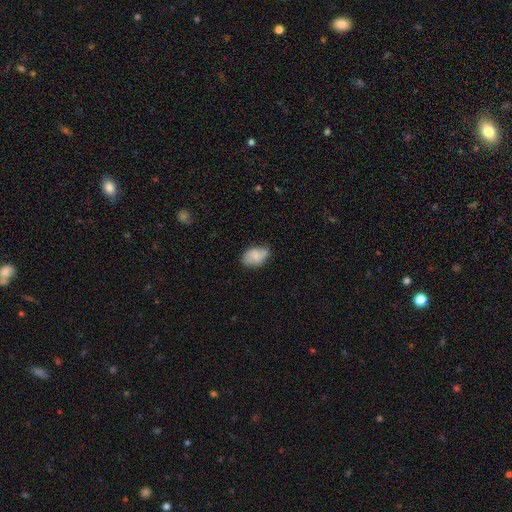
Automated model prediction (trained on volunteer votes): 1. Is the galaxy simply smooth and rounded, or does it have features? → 73% smooth, 19% featured or disk, 8% star or artifact.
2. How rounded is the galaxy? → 89% in between, 9% round, 1% cigar-shaped.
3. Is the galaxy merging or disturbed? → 55% none, 35% minor disturbance, 8% major disturbance, 2% merger.